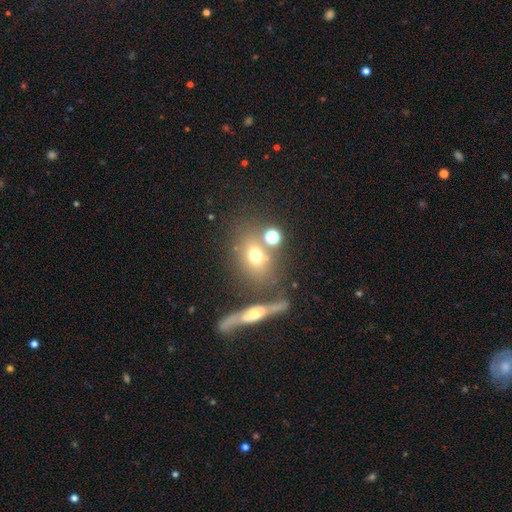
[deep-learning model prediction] A smooth galaxy with no disk features (63%) that is in between round and cigar-shaped (52%).

Vote fractions:
- Smooth or featured? smooth: 63% / featured or disk: 22% / star or artifact: 15%
- How rounded? in between: 52% / round: 44% / cigar-shaped: 4%
- Merging? none: 56% / merger: 23% / minor disturbance: 13% / major disturbance: 8%